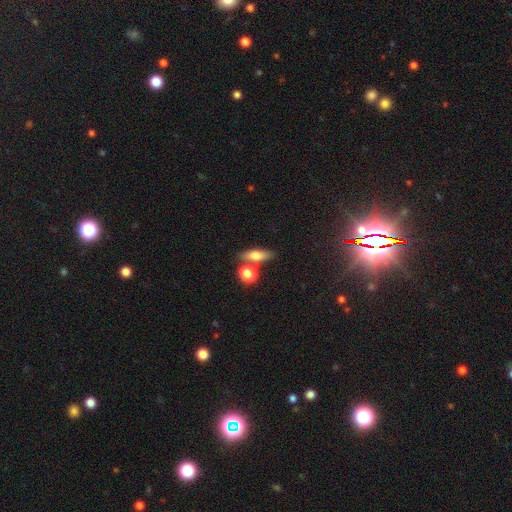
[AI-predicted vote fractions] A smooth galaxy with no disk features (66%) that is in between round and cigar-shaped (52%).

Vote fractions:
- Smooth or featured? smooth: 66% / featured or disk: 24% / star or artifact: 10%
- How rounded? in between: 52% / cigar-shaped: 33% / round: 15%
- Merging? none: 64% / merger: 20% / minor disturbance: 12% / major disturbance: 4%